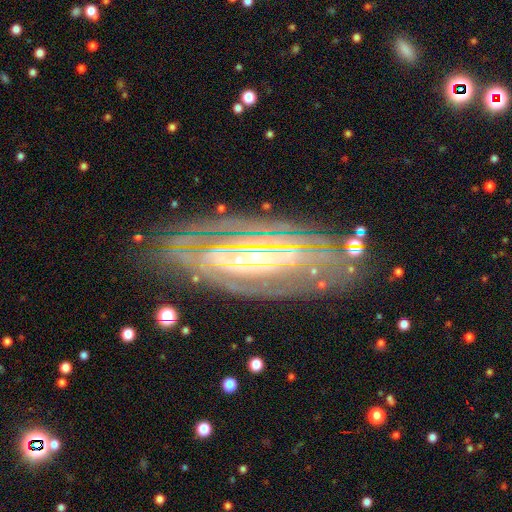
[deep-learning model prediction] Smooth or featured? featured or disk (87%)
Edge-on disk? no (84%)
Bar? no (58%)
Spiral arms? yes (91%)
Spiral winding? tight (77%)
Spiral arm count? can't tell (41%)
Bulge size? moderate (49%)
Merging? none (79%)